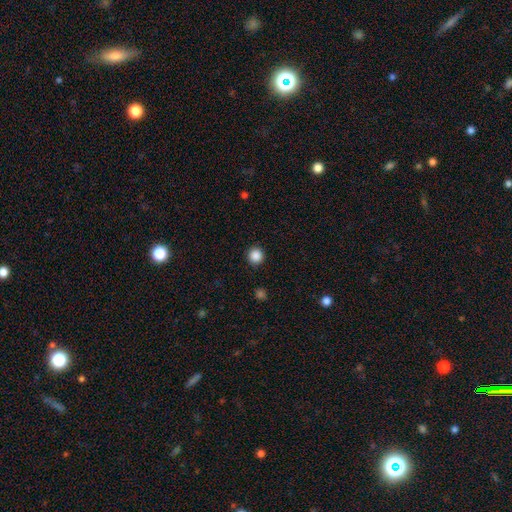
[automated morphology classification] Smooth or featured? Predicted: smooth (p=0.87). How rounded? Predicted: round (p=0.95). Merging? Predicted: none (p=0.92).